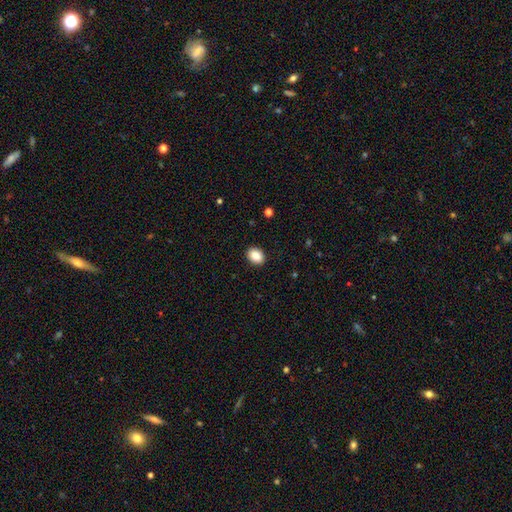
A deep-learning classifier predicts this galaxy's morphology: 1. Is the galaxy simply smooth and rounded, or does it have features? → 87% smooth, 8% star or artifact, 5% featured or disk.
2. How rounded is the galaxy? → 63% in between, 36% round, 1% cigar-shaped.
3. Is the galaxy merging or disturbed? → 91% none, 6% minor disturbance, 2% major disturbance, 1% merger.